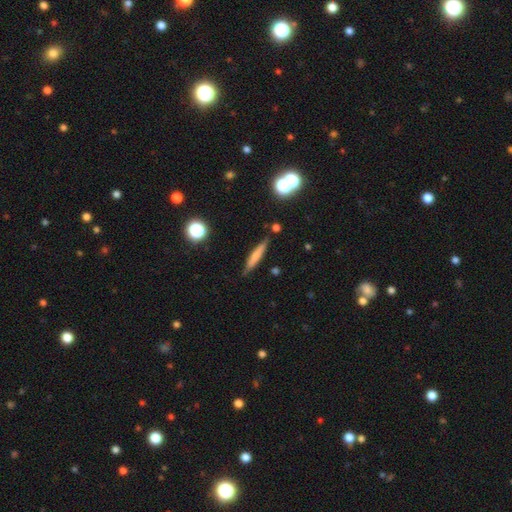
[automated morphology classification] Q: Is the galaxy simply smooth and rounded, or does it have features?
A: smooth — 62%.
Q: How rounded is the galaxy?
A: cigar-shaped — 92%.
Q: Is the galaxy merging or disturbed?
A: none — 86%.